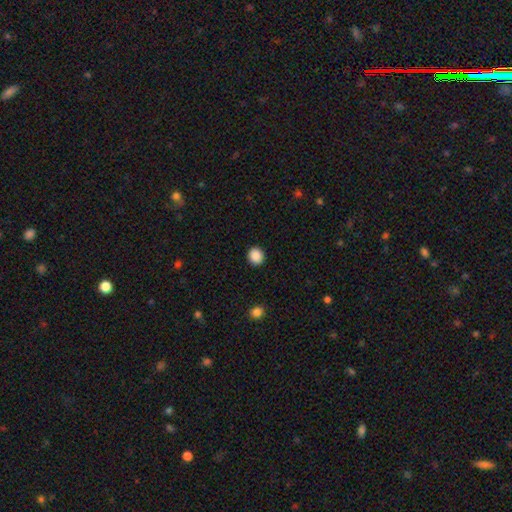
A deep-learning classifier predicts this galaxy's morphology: smooth 89%, star or artifact 9%, featured or disk 2%. Down the decision tree: how rounded — round (86%); merging — none (92%).